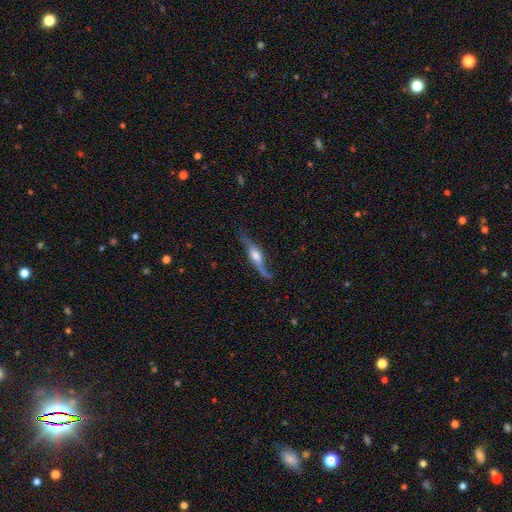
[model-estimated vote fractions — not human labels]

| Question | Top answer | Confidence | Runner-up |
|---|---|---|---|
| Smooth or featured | featured or disk | 73% | smooth (20%) |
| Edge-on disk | yes | 64% | no (36%) |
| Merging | none | 61% | minor disturbance (23%) |